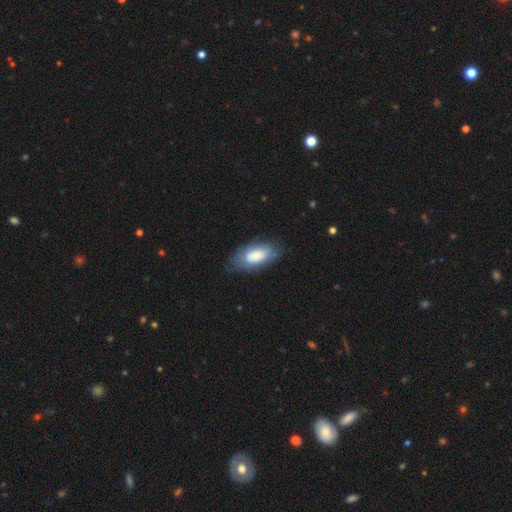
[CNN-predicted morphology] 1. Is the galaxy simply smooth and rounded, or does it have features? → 72% smooth, 21% featured or disk, 6% star or artifact.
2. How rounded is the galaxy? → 93% in between, 4% cigar-shaped, 3% round.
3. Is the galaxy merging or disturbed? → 70% none, 20% minor disturbance, 8% major disturbance, 2% merger.